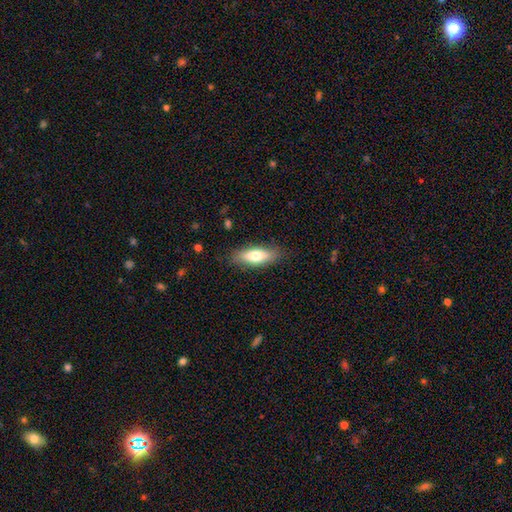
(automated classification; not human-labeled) The model was most divided on "how rounded": in between: 69%, cigar-shaped: 28%, round: 3%. More confident: merging — none (84%); smooth or featured — smooth (68%).